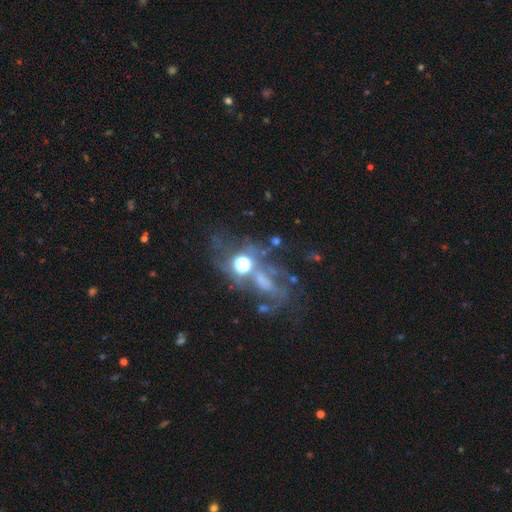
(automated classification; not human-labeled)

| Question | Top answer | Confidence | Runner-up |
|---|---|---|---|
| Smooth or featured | featured or disk | 61% | star or artifact (23%) |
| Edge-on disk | no | 93% | yes (7%) |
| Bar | no | 68% | weak (22%) |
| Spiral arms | yes | 54% | no (46%) |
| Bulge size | moderate | 48% | small (21%) |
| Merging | merger | 32% | none (30%) |